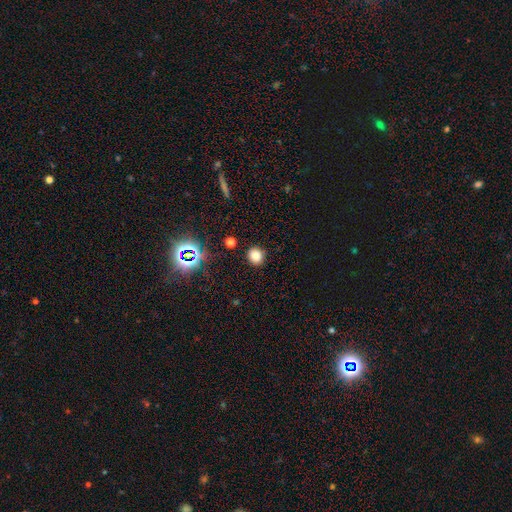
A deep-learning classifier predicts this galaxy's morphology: This is likely a smooth galaxy (77%). How rounded: clearly round (81%). Merging: clearly none (87%).